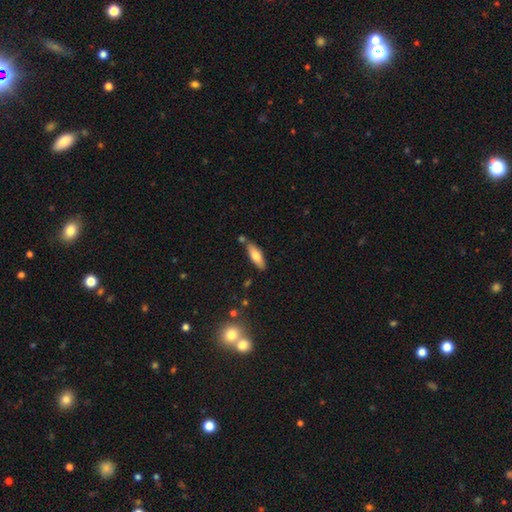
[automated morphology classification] smooth-or-featured: smooth: 71% | featured or disk: 22% | star or artifact: 7%
  how-rounded: in between: 54% | cigar-shaped: 44% | round: 2%
  merging: none: 73% | minor disturbance: 14% | merger: 10% | major disturbance: 3%